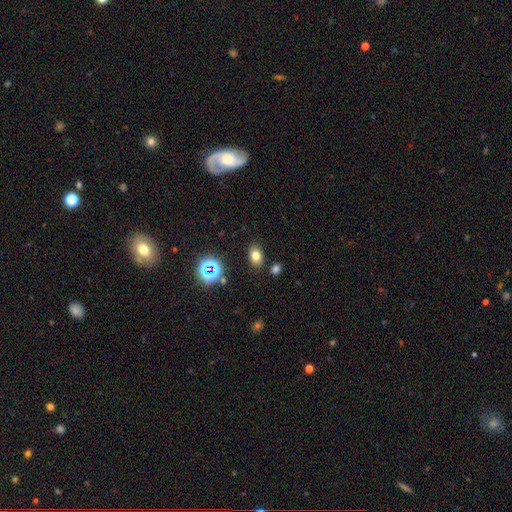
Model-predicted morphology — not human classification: This appears to be a smooth galaxy with no disk features (73%) that is in between round and cigar-shaped (79%). Merging: none (83%).